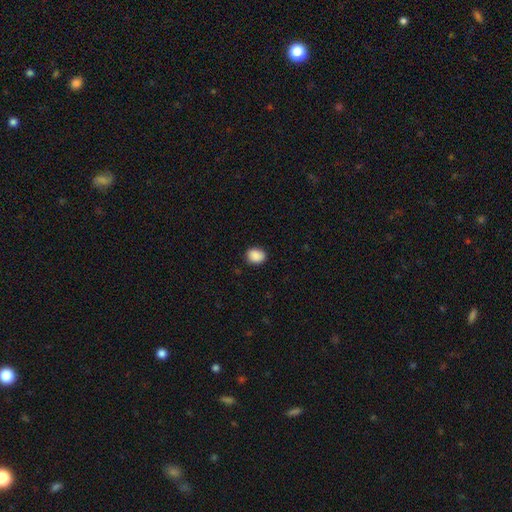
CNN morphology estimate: Smooth or featured: smooth — 90% (star or artifact — 8%)
How rounded: in between — 53% (round — 46%)
Merging: none — 87% (minor disturbance — 10%)